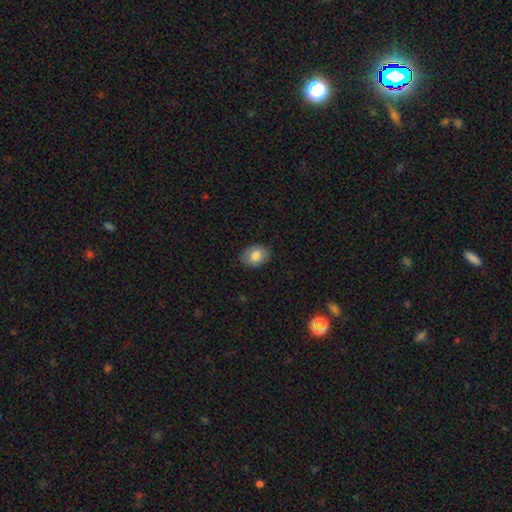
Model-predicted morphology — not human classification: smooth-or-featured: smooth: 81% | featured or disk: 11% | star or artifact: 7%
  how-rounded: in between: 75% | round: 24% | cigar-shaped: 1%
  merging: none: 84% | minor disturbance: 12% | major disturbance: 3% | merger: 1%